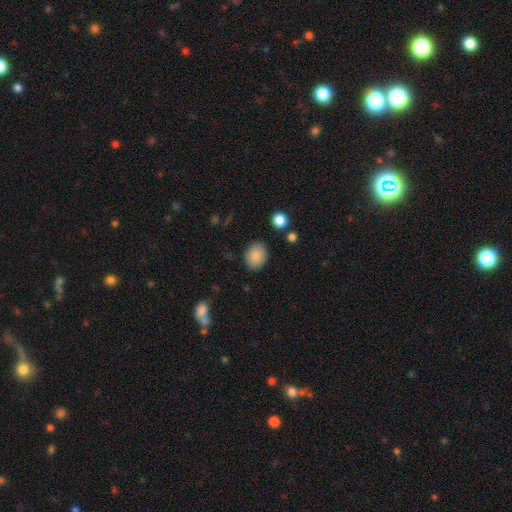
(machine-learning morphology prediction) smooth 86%, star or artifact 8%, featured or disk 6%. Down the decision tree: how rounded — in between (55%); merging — none (86%).